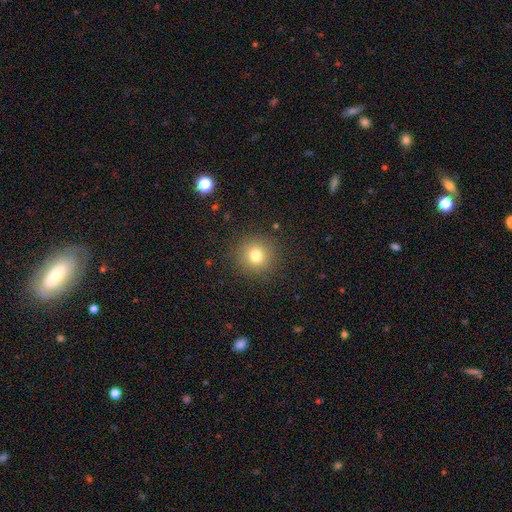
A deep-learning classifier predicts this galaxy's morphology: Q: Smooth or featured?
A: smooth (77%); runner-up: star or artifact (15%)
Q: How rounded?
A: round (93%); runner-up: in between (6%)
Q: Merging?
A: none (90%); runner-up: minor disturbance (6%)